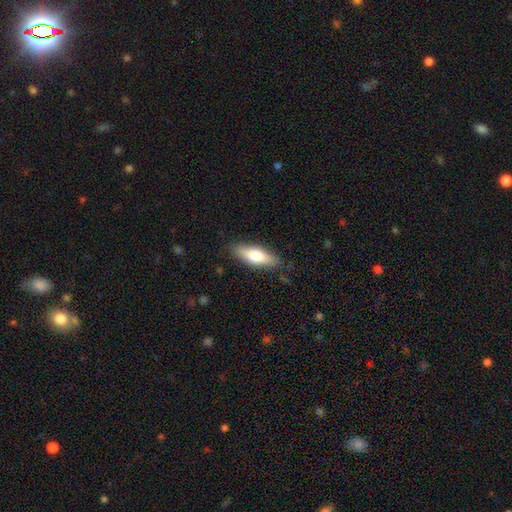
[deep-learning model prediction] This appears to be a smooth galaxy with no disk features (70%) that is in between round and cigar-shaped (56%). Merging: none (84%).